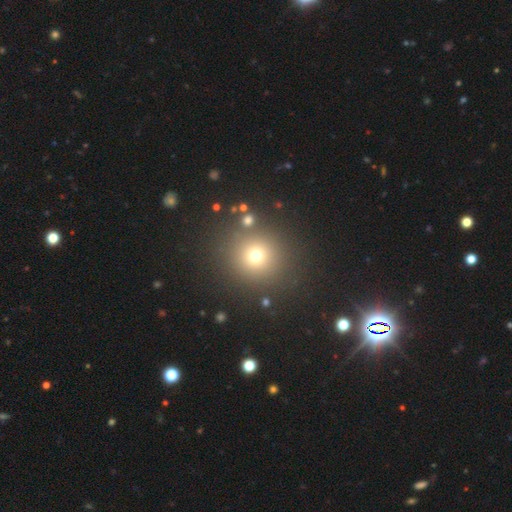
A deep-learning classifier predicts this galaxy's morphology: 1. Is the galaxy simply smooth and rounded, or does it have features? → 70% smooth, 21% star or artifact, 8% featured or disk.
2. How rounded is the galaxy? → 92% round, 7% in between, 1% cigar-shaped.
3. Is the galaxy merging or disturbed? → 86% none, 7% minor disturbance, 4% merger, 4% major disturbance.